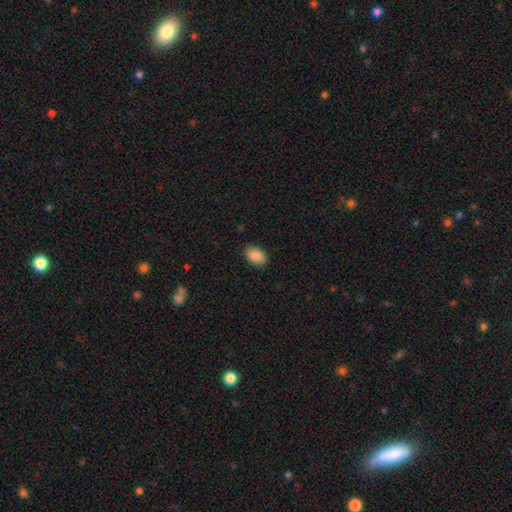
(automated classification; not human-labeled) Smooth or featured? smooth (89%)
How rounded? in between (89%)
Merging? none (88%)